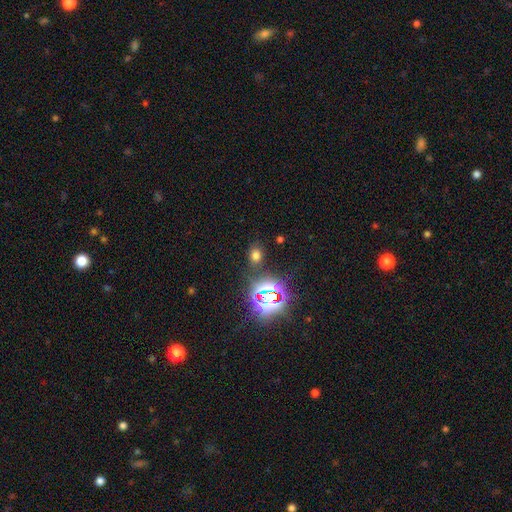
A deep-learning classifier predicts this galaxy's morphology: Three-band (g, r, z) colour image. It shows a smooth galaxy with no disk features (58%) that is in between round and cigar-shaped (57%). Merging: none (82%).